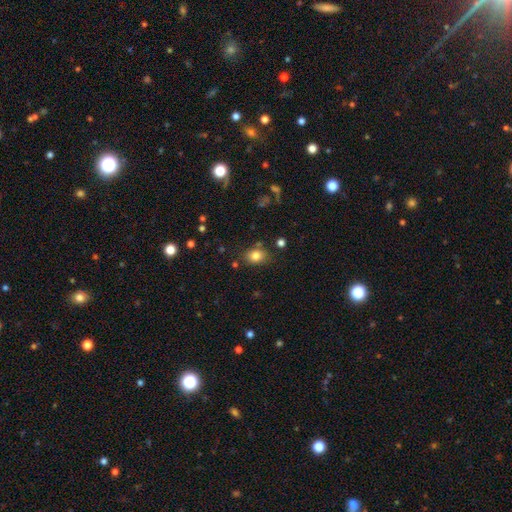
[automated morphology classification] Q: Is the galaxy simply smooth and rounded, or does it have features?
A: smooth — 81%.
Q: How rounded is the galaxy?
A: in between — 55%.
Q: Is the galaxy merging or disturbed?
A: none — 78%.